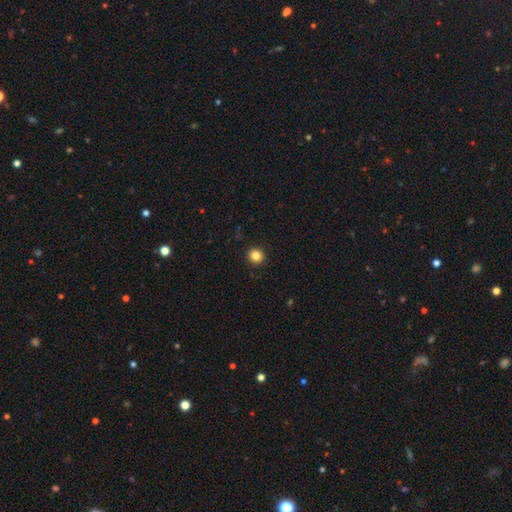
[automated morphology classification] Smooth or featured?
  - smooth: 84% *
  - star or artifact: 11%
  - featured or disk: 5%
How rounded?
  - round: 92% *
  - in between: 7%
  - cigar-shaped: 1%
Merging?
  - none: 92% *
  - minor disturbance: 6%
  - major disturbance: 2%
  - merger: 1%